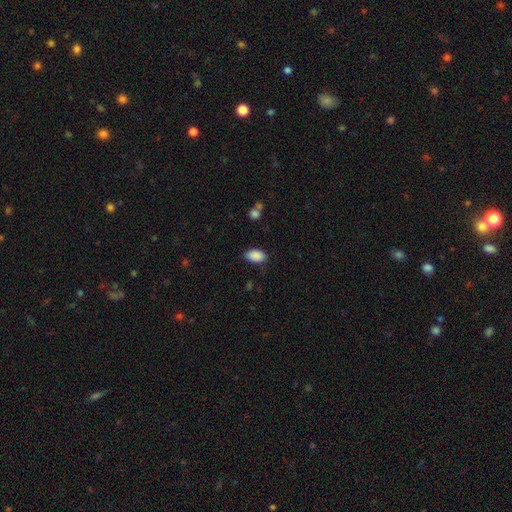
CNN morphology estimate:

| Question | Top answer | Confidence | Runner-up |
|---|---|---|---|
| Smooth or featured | smooth | 89% | star or artifact (7%) |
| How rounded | in between | 93% | round (6%) |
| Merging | none | 82% | minor disturbance (13%) |